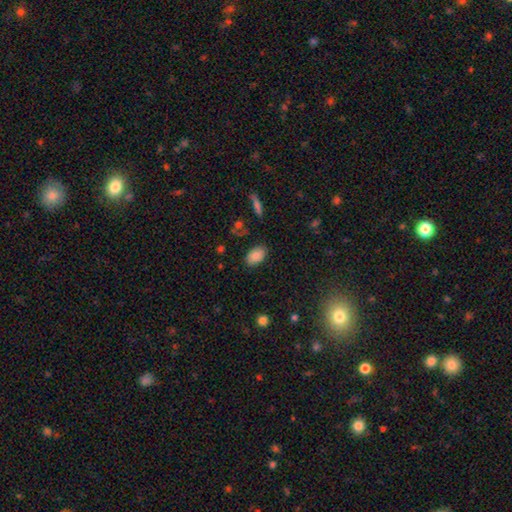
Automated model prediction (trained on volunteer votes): This appears to be a smooth galaxy with no disk features (83%) that is in between round and cigar-shaped (90%). Merging: none (82%).